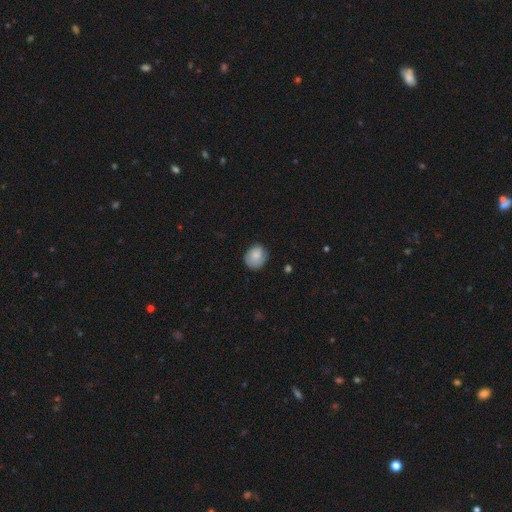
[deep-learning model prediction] Smooth or featured?
  - smooth: 79% *
  - featured or disk: 13%
  - star or artifact: 7%
How rounded?
  - round: 64% *
  - in between: 36%
  - cigar-shaped: 1%
Merging?
  - none: 72% *
  - minor disturbance: 22%
  - major disturbance: 5%
  - merger: 1%